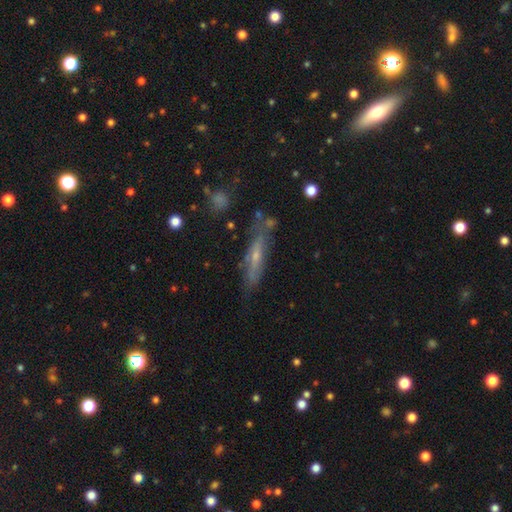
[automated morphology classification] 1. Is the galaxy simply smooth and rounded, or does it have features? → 54% featured or disk, 36% smooth, 10% star or artifact.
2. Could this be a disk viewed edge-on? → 67% yes, 33% no.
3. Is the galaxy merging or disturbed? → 69% none, 20% minor disturbance, 7% major disturbance, 5% merger.